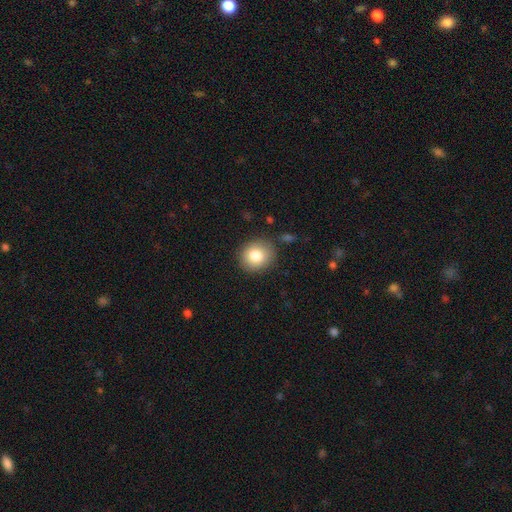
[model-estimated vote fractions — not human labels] A smooth galaxy with no disk features (82%) that is round (72%). Merging: none (84%).